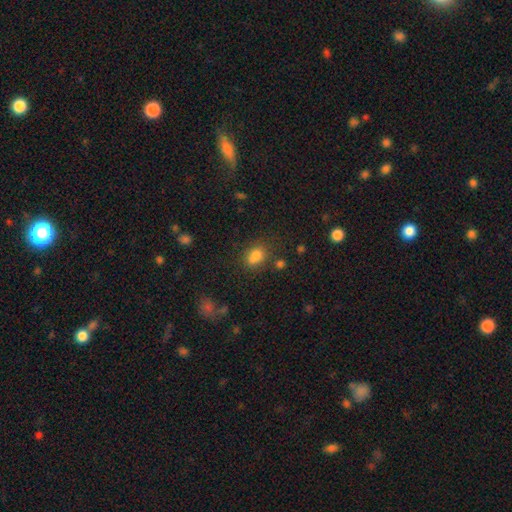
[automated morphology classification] Smooth or featured: smooth — 79% (star or artifact — 13%)
How rounded: in between — 66% (round — 33%)
Merging: none — 61% (minor disturbance — 18%)